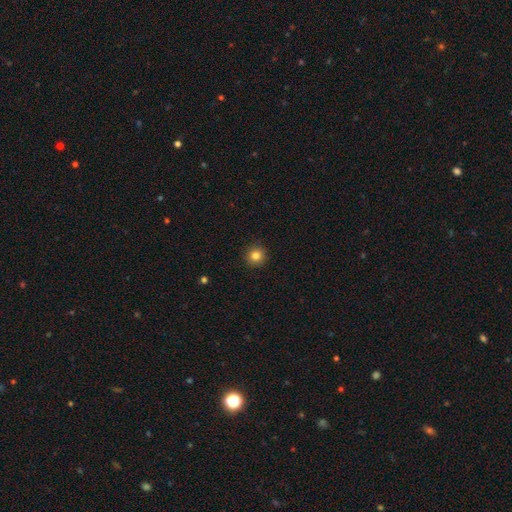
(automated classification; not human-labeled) Smooth or featured? smooth (83%)
How rounded? round (95%)
Merging? none (92%)